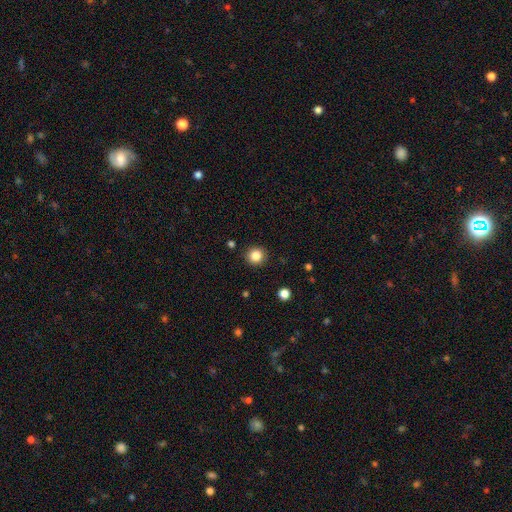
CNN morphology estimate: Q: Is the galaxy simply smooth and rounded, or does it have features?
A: smooth — 84%.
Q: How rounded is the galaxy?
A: round — 93%.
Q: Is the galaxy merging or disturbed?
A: none — 91%.